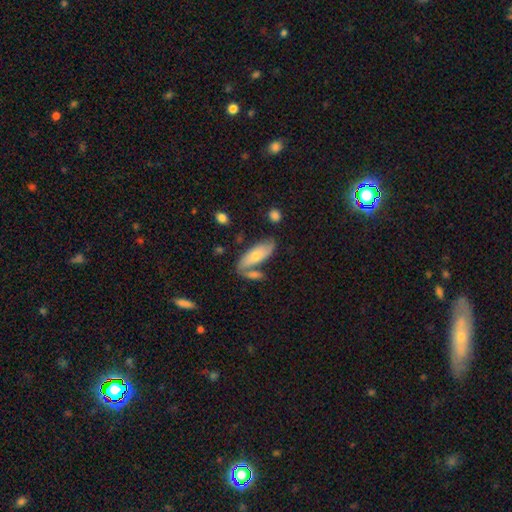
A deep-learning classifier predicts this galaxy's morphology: The model was most divided on "merging": none: 52%, merger: 25%, minor disturbance: 17%, major disturbance: 6%. More confident: how rounded — in between (73%); smooth or featured — smooth (62%).